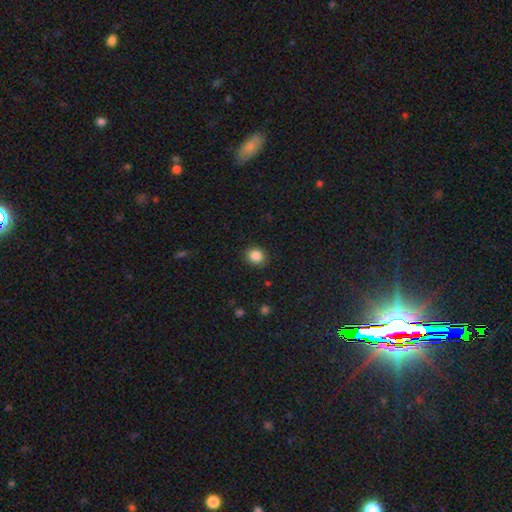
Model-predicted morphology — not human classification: smooth_or_featured: smooth (p=0.86) [alt: star or artifact p=0.10]
how_rounded: round (p=0.82) [alt: in between p=0.18]
merging: none (p=0.90) [alt: minor disturbance p=0.07]